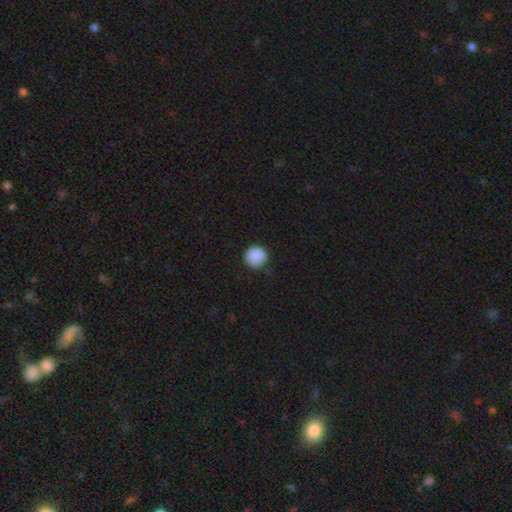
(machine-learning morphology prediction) Q: Smooth or featured?
A: smooth (89%); runner-up: star or artifact (8%)
Q: How rounded?
A: round (93%); runner-up: in between (6%)
Q: Merging?
A: none (84%); runner-up: minor disturbance (13%)